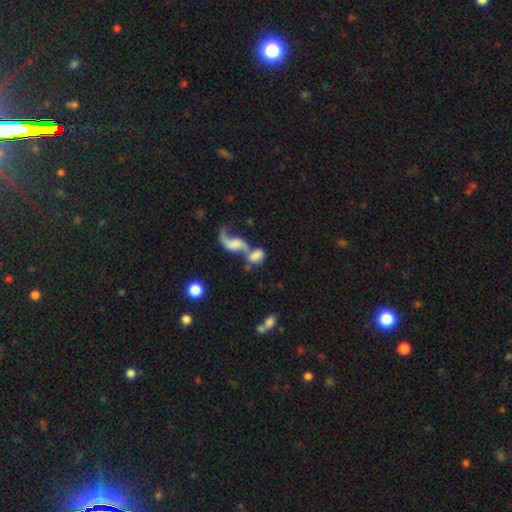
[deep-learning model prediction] Smooth or featured: smooth — 49% (featured or disk — 42%)
Merging: merger — 70% (none — 13%)